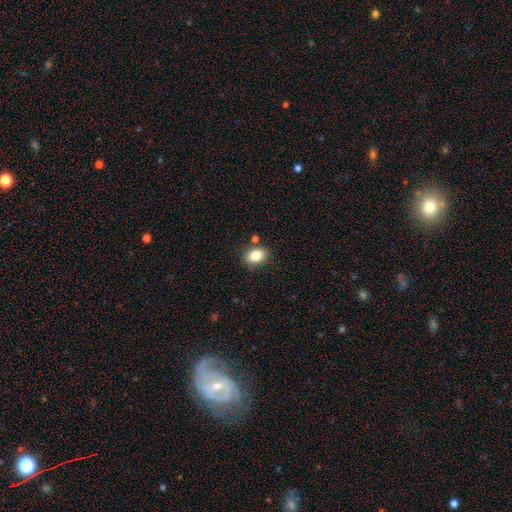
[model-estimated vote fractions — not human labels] Overall: smooth (83%). How rounded: in between (71%). Merging: none (81%).